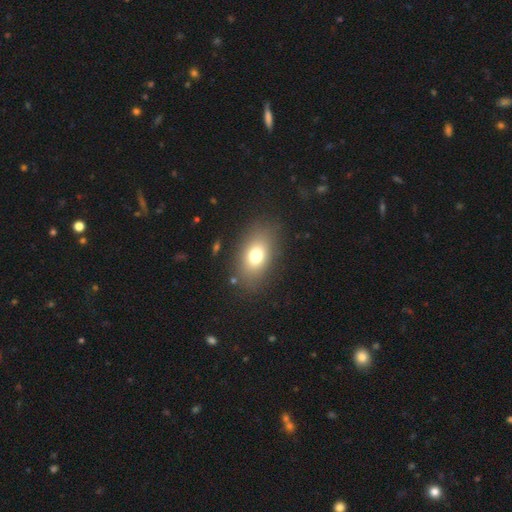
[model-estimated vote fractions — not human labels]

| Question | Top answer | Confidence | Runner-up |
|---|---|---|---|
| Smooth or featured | smooth | 73% | featured or disk (15%) |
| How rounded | in between | 81% | round (16%) |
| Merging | none | 82% | minor disturbance (11%) |